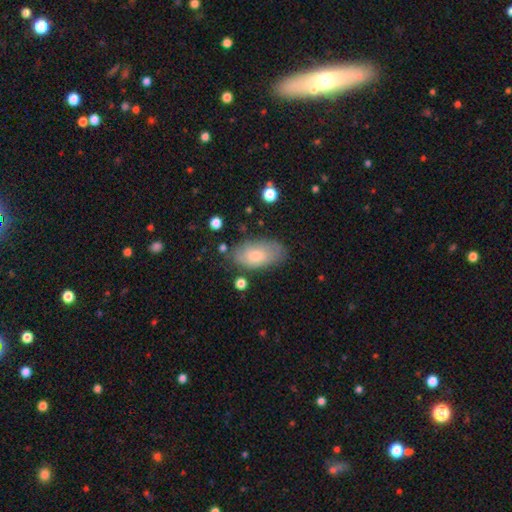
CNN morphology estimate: Smooth or featured: smooth — 65% (featured or disk — 28%)
How rounded: in between — 93% (round — 4%)
Merging: none — 74% (minor disturbance — 19%)